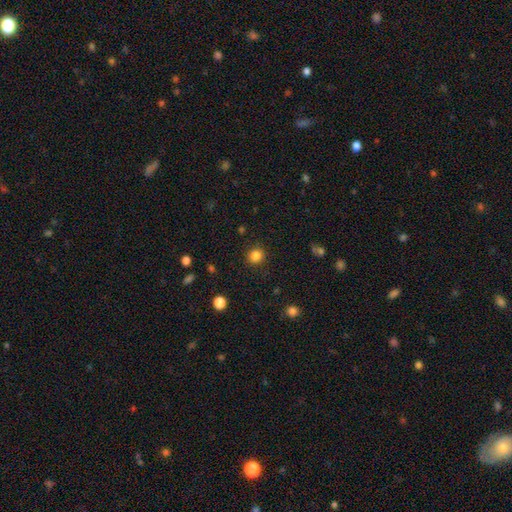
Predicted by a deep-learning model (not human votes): The model was most divided on "smooth or featured": smooth: 83%, star or artifact: 13%, featured or disk: 4%. More confident: merging — none (90%); how rounded — round (88%).